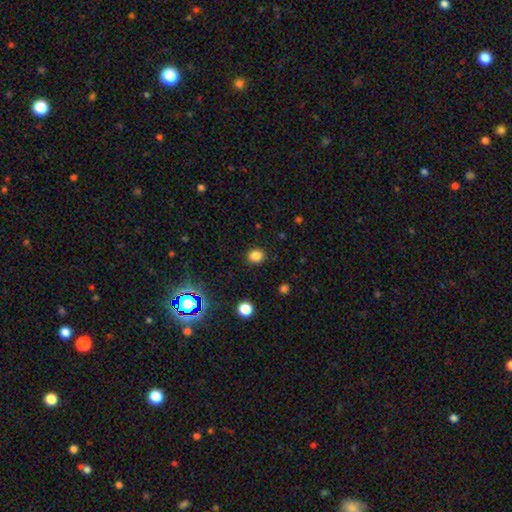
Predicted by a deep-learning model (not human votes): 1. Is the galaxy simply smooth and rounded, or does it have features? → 83% smooth, 14% star or artifact, 4% featured or disk.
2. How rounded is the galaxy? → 70% round, 29% in between, 1% cigar-shaped.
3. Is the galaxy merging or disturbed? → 89% none, 7% minor disturbance, 3% major disturbance, 1% merger.